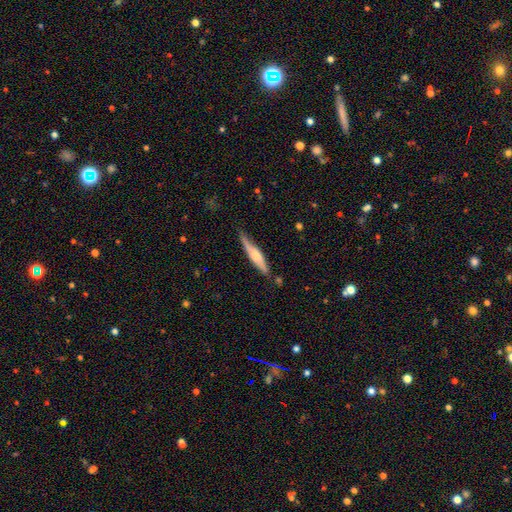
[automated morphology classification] A smooth galaxy with no disk features (49%).

Vote fractions:
- Smooth or featured? smooth: 49% / featured or disk: 45% / star or artifact: 5%
- Merging? none: 68% / minor disturbance: 24% / major disturbance: 5% / merger: 3%